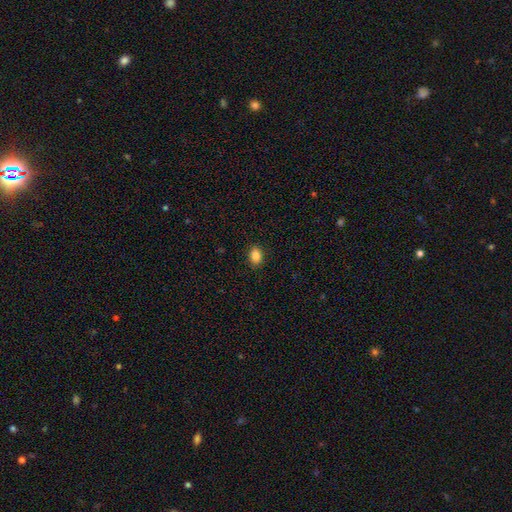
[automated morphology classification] smooth-or-featured: smooth: 86% | star or artifact: 10% | featured or disk: 4%
  how-rounded: in between: 67% | round: 32% | cigar-shaped: 1%
  merging: none: 90% | minor disturbance: 7% | major disturbance: 2% | merger: 1%